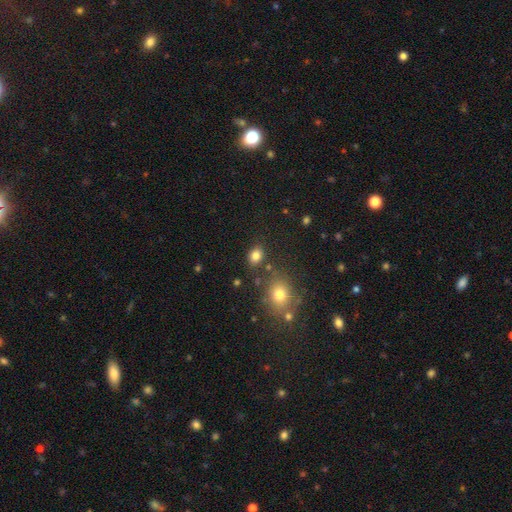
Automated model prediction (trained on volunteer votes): Smooth or featured? smooth (82%)
How rounded? in between (63%)
Merging? none (79%)